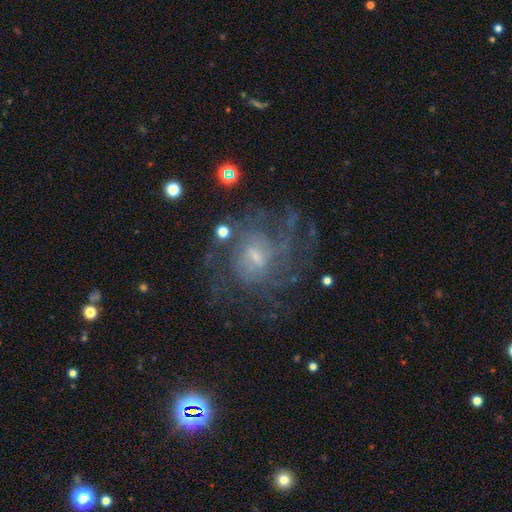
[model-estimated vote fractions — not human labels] featured or disk 75%, smooth 13%, star or artifact 12%. Down the decision tree: edge-on disk — no (97%); bar — weak (49%); spiral arms — yes (82%); spiral arm count — can't tell (53%); spiral winding — tight (46%); bulge size — small (55%); merging — none (63%).